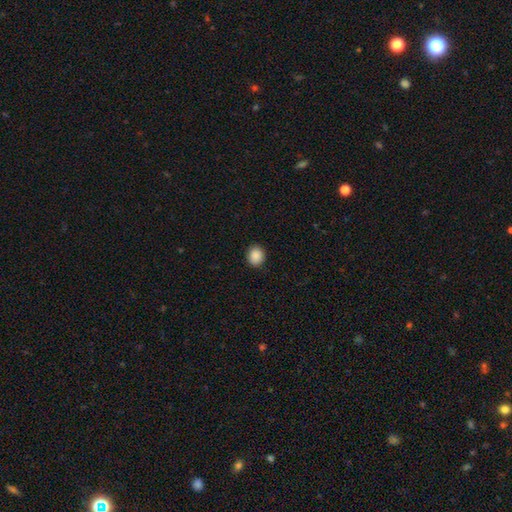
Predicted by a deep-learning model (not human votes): Smooth or featured?
  - smooth: 88% *
  - star or artifact: 9%
  - featured or disk: 3%
How rounded?
  - round: 74% *
  - in between: 25%
  - cigar-shaped: 1%
Merging?
  - none: 90% *
  - minor disturbance: 7%
  - major disturbance: 2%
  - merger: 1%